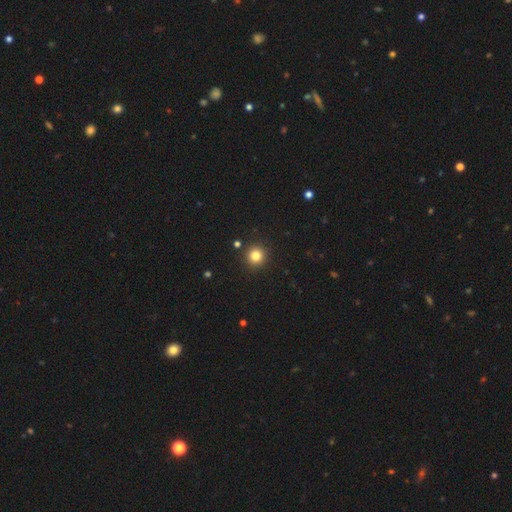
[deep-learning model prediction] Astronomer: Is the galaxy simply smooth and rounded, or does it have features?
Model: smooth — 81%.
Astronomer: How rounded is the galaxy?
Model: round — 95%.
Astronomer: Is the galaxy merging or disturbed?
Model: none — 91%.